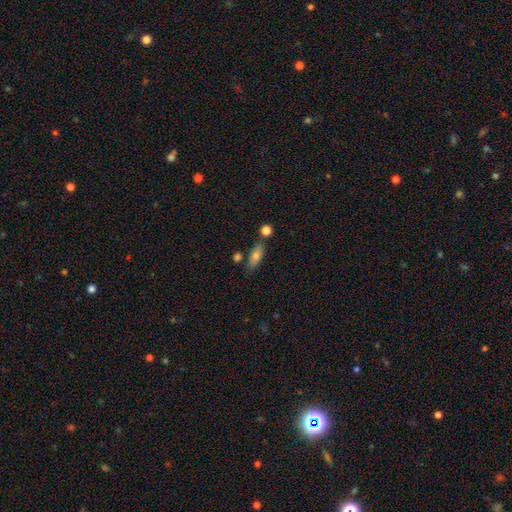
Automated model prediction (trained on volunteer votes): The model was most divided on "how rounded": in between: 70%, cigar-shaped: 26%, round: 4%. More confident: smooth or featured — smooth (76%); merging — none (70%).